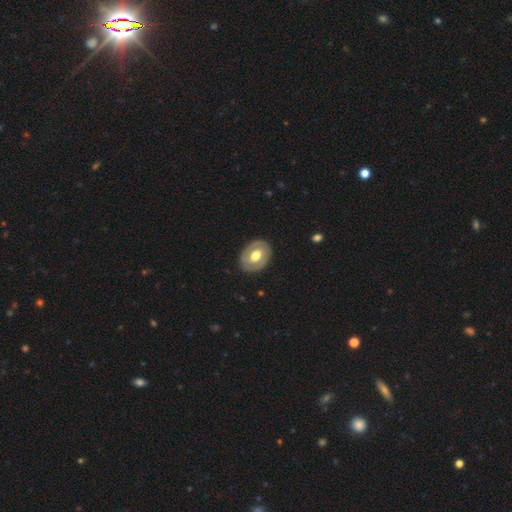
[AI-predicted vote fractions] featured or disk 55%, smooth 40%, star or artifact 5%. Down the decision tree: edge-on disk — no (94%); bar — no (64%); spiral arms — no (72%); bulge size — moderate (63%); merging — none (85%).